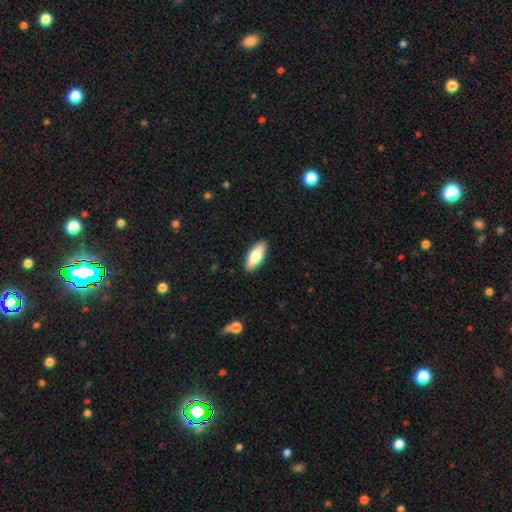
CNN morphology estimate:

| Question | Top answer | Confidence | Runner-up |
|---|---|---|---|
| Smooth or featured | smooth | 73% | featured or disk (22%) |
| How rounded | in between | 75% | cigar-shaped (23%) |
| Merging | none | 90% | minor disturbance (7%) |